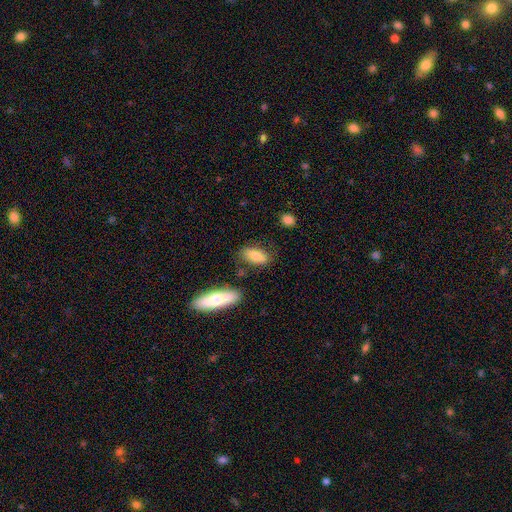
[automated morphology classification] type=smooth (78%); roundness=in between (82%); merging=none (74%).